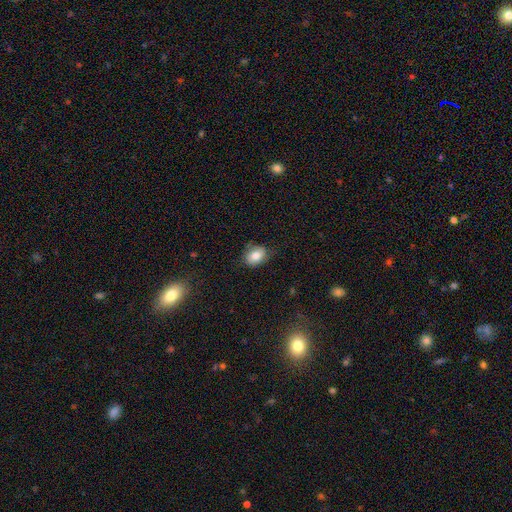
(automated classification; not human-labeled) The model was most divided on "how rounded": in between: 73%, round: 26%, cigar-shaped: 1%. More confident: smooth or featured — smooth (79%); merging — none (70%).